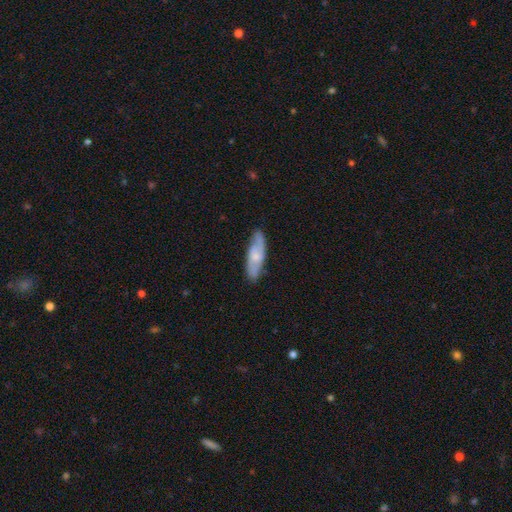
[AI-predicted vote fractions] A smooth galaxy with no disk features (52%) that is cigar-shaped (53%). Merging: none (78%).